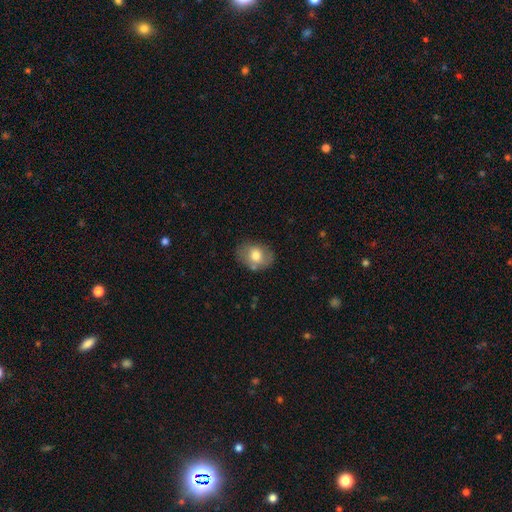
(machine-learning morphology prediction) Smooth or featured?
  - smooth: 71% *
  - featured or disk: 22%
  - star or artifact: 8%
How rounded?
  - in between: 68% *
  - round: 31%
  - cigar-shaped: 1%
Merging?
  - none: 73% *
  - minor disturbance: 19%
  - major disturbance: 5%
  - merger: 3%